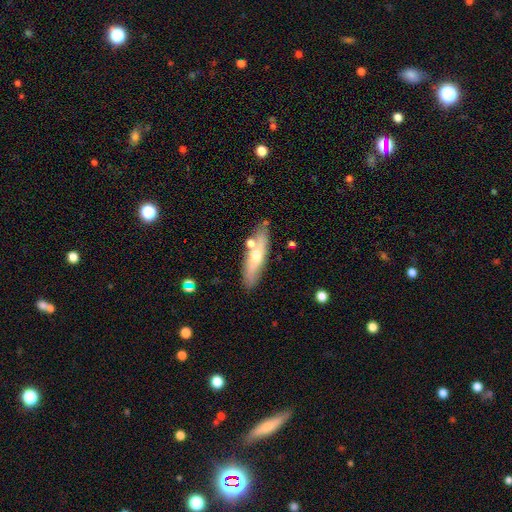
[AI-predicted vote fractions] Overall: featured or disk (47%; smooth 46%). Merging: none (77%).